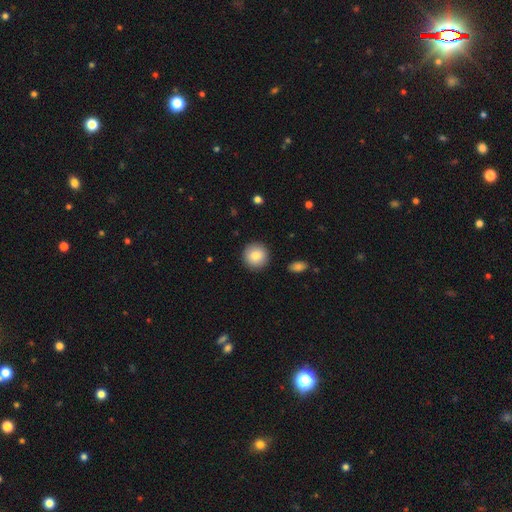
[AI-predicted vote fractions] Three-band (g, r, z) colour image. It shows a smooth galaxy with no disk features (83%) that is round (94%). Merging: none (91%).